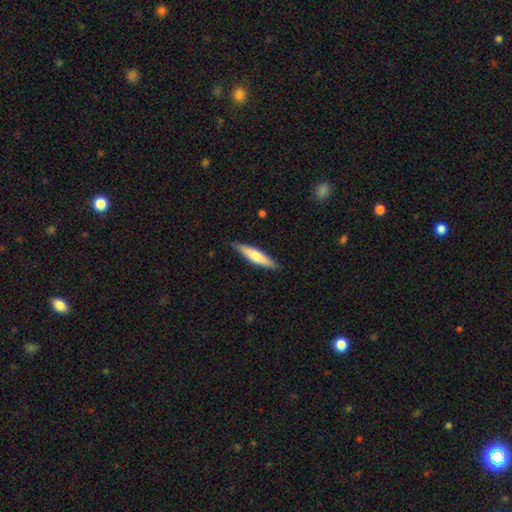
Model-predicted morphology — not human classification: The model was most divided on "smooth or featured": smooth: 60%, featured or disk: 35%, star or artifact: 5%. More confident: merging — none (85%); how rounded — cigar-shaped (78%).